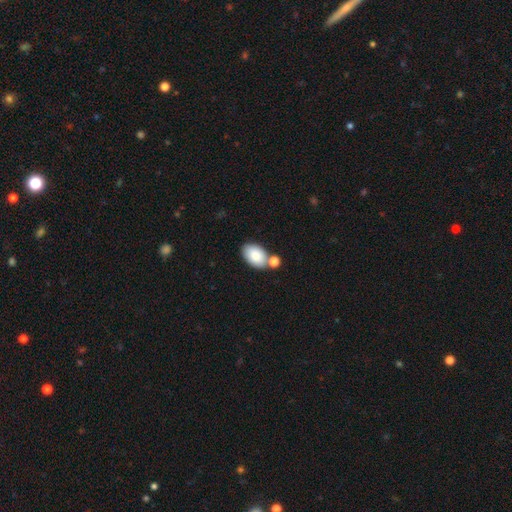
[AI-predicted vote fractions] The model was most divided on "merging": none: 63%, merger: 20%, minor disturbance: 13%, major disturbance: 4%. More confident: how rounded — in between (93%); smooth or featured — smooth (86%).